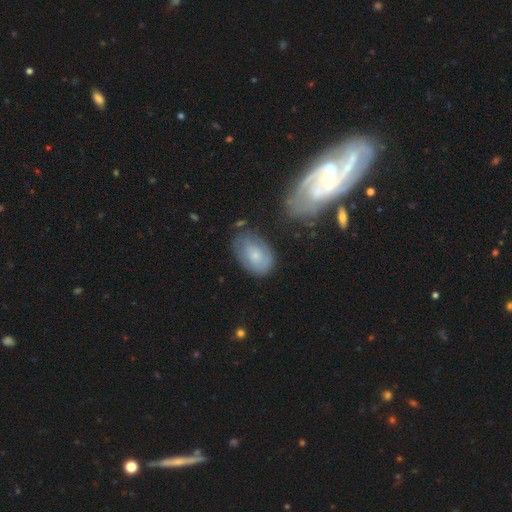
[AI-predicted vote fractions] smooth 54%, featured or disk 39%, star or artifact 7%. Down the decision tree: how rounded — in between (87%); merging — none (64%).